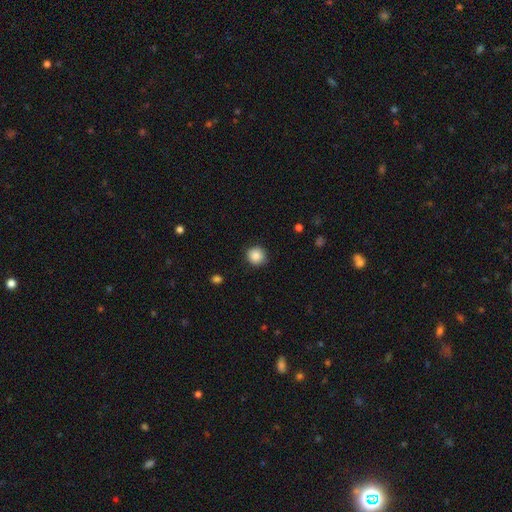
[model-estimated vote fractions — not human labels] A smooth galaxy with no disk features (87%) that is round (93%). Merging: none (88%).